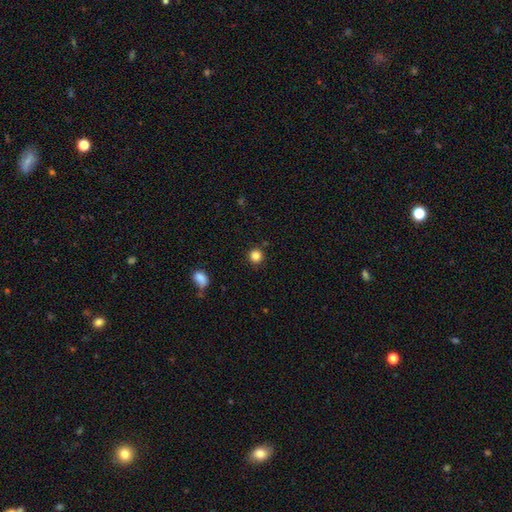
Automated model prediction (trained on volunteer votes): Smooth or featured? smooth (85%)
How rounded? round (94%)
Merging? none (89%)